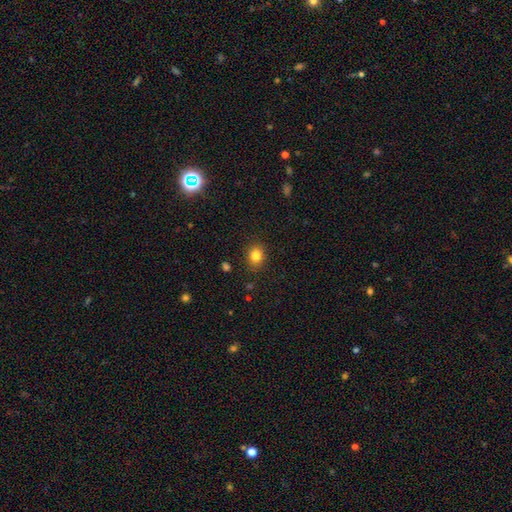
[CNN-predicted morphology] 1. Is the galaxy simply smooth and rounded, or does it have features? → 83% smooth, 11% star or artifact, 6% featured or disk.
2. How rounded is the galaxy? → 60% round, 39% in between, 1% cigar-shaped.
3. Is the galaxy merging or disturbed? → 87% none, 9% minor disturbance, 2% major disturbance, 1% merger.